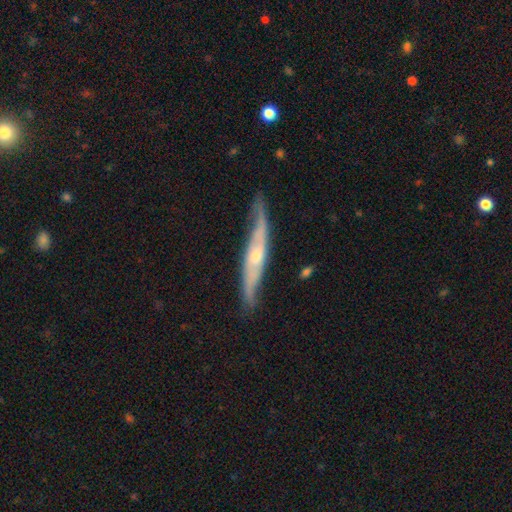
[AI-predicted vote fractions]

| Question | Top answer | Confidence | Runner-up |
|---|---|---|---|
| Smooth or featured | featured or disk | 75% | smooth (19%) |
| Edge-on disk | yes | 67% | no (33%) |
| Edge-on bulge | rounded | 68% | none (26%) |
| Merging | none | 73% | minor disturbance (21%) |